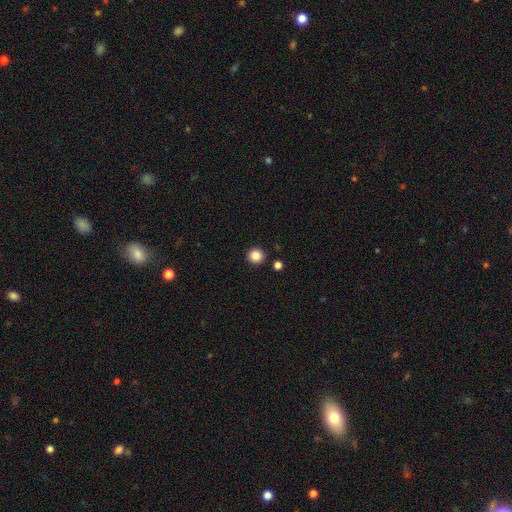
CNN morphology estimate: Smooth or featured: smooth — 86% (star or artifact — 10%)
How rounded: round — 96% (in between — 3%)
Merging: none — 91% (minor disturbance — 5%)